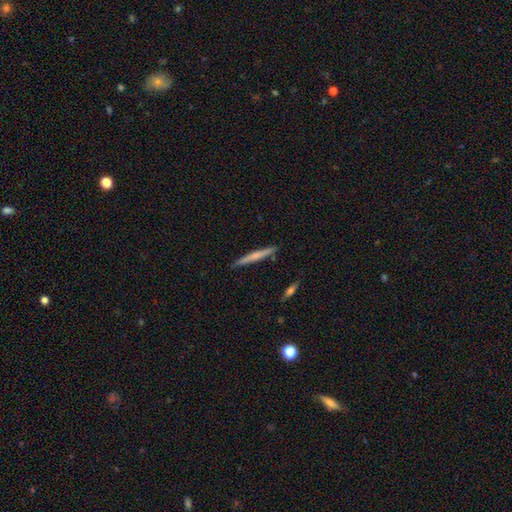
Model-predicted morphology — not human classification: Q: Smooth or featured?
A: smooth (52%); runner-up: featured or disk (42%)
Q: How rounded?
A: cigar-shaped (96%); runner-up: in between (3%)
Q: Merging?
A: none (90%); runner-up: minor disturbance (8%)